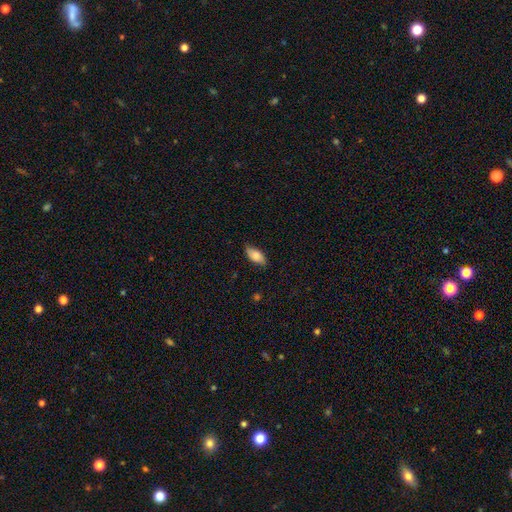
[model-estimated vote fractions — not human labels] Smooth or featured? Predicted: smooth (p=0.81). How rounded? Predicted: in between (p=0.90). Merging? Predicted: none (p=0.78).